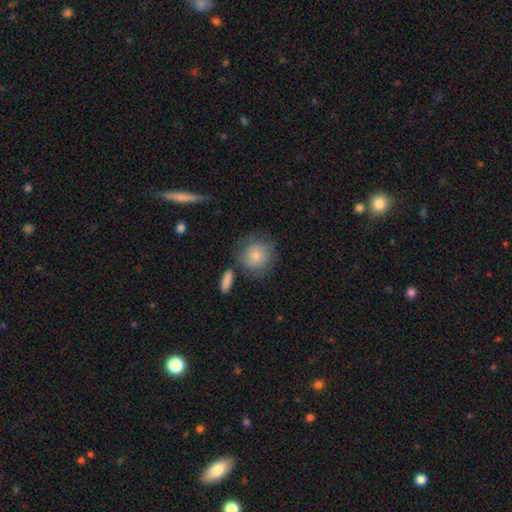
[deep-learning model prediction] Smooth or featured: smooth — 80% (featured or disk — 14%)
How rounded: round — 87% (in between — 12%)
Merging: none — 66% (minor disturbance — 17%)